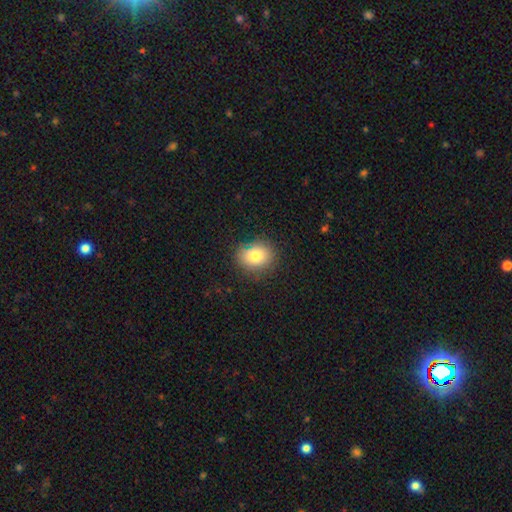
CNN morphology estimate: Smooth or featured?
  - smooth: 80% *
  - star or artifact: 10%
  - featured or disk: 9%
How rounded?
  - round: 59% *
  - in between: 40%
  - cigar-shaped: 1%
Merging?
  - none: 84% *
  - minor disturbance: 11%
  - major disturbance: 3%
  - merger: 1%